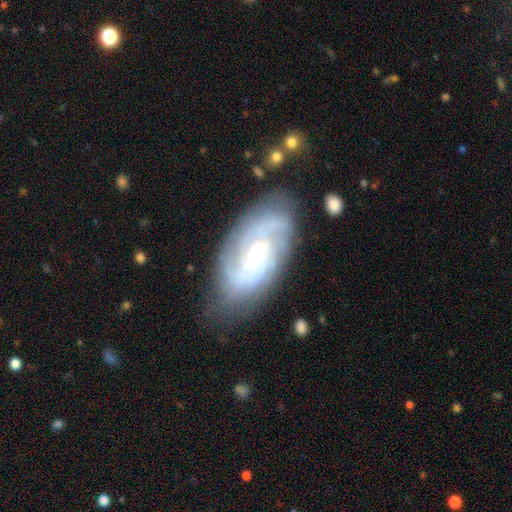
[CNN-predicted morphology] A featured or disk galaxy (83%) with no bar (57%), tight (65%) spiral arms (96%) and a small central bulge (61%).

Vote fractions:
- Smooth or featured? featured or disk: 83% / smooth: 12% / star or artifact: 6%
- Edge-on disk? no: 95% / yes: 5%
- Bar? no: 57% / weak: 35% / strong: 7%
- Spiral arms? yes: 96% / no: 4%
- Spiral winding? tight: 65% / medium: 28% / loose: 6%
- Spiral arm count? can't tell: 33% / 3: 21% / 2: 20% / 4: 16% / more than 4: 5% / 1: 4%
- Bulge size? small: 61% / moderate: 36% / large: 2% / none: 1% / dominant: 1%
- Merging? none: 76% / minor disturbance: 18% / major disturbance: 5% / merger: 2%